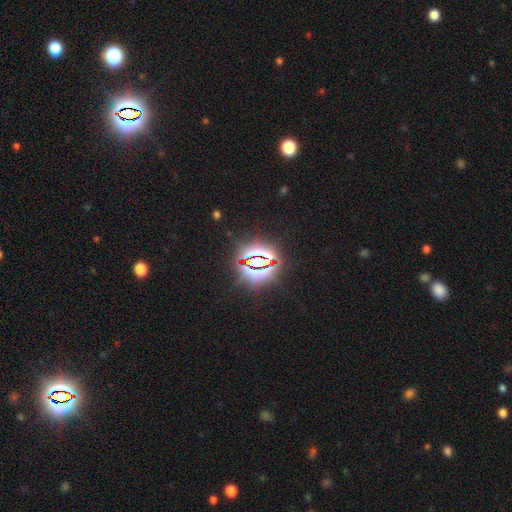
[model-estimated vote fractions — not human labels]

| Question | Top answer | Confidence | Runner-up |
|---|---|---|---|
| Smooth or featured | star or artifact | 80% | smooth (12%) |